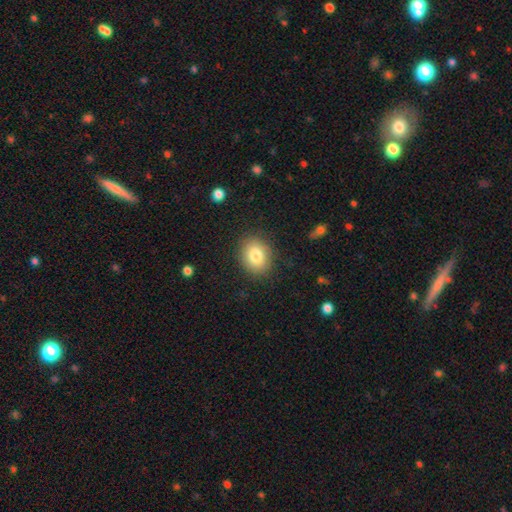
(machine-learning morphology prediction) A smooth galaxy with no disk features (82%) that is in between round and cigar-shaped (50%, tied with round). Merging: none (87%).